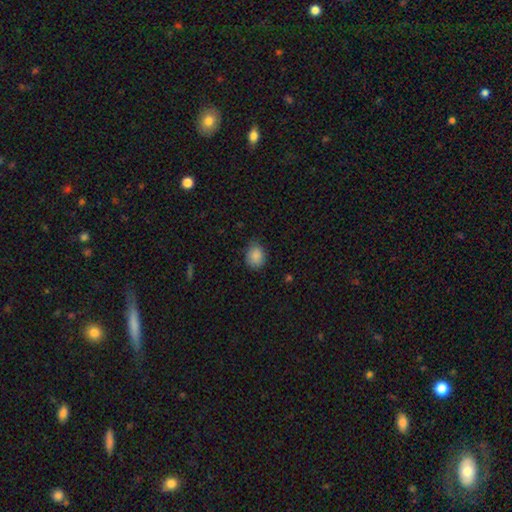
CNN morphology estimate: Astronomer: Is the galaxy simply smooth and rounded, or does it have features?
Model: smooth — 87%.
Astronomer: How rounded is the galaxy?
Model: in between — 52% (runner-up: round, 47%).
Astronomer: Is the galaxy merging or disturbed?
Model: none — 77%.